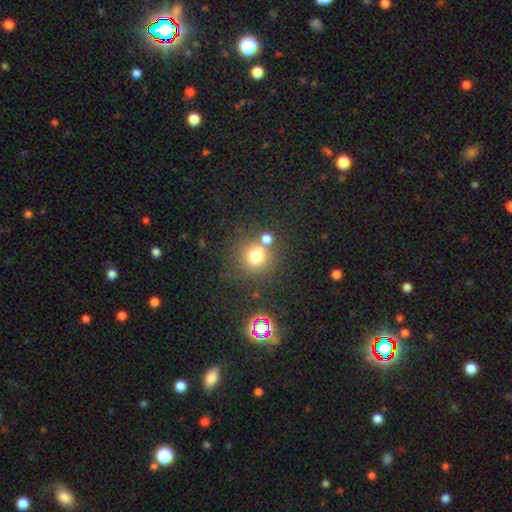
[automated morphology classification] Smooth or featured? Predicted: smooth (p=0.71). How rounded? Predicted: round (p=0.88). Merging? Predicted: none (p=0.62).